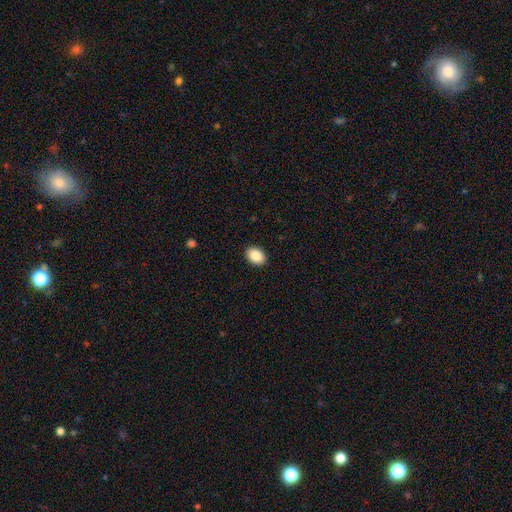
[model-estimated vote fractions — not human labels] This appears to be a smooth galaxy with no disk features (88%) that is in between round and cigar-shaped (76%). Merging: none (91%).